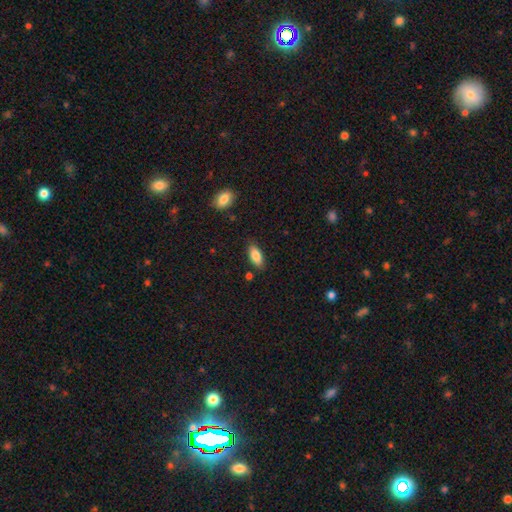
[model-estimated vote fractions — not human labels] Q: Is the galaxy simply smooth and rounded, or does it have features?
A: smooth — 85%.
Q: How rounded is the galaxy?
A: in between — 86%.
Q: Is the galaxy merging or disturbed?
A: none — 83%.